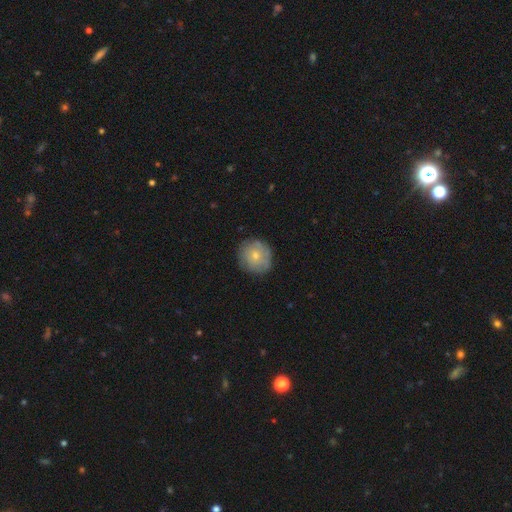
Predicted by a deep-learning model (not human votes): smooth-or-featured: smooth: 63% | featured or disk: 30% | star or artifact: 7%
  how-rounded: round: 89% | in between: 10% | cigar-shaped: 1%
  merging: none: 79% | minor disturbance: 15% | major disturbance: 4% | merger: 1%